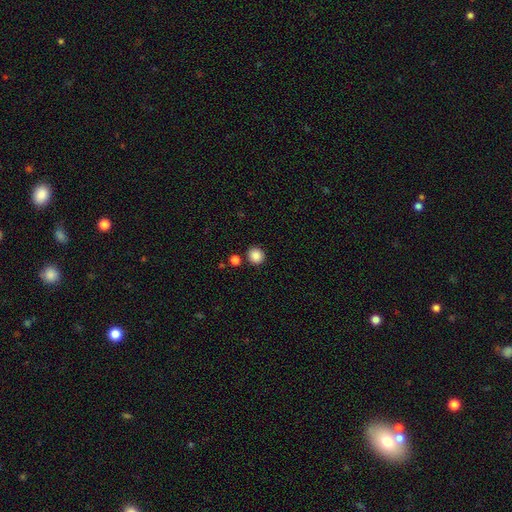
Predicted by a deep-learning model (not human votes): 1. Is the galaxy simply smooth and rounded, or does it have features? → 87% smooth, 10% star or artifact, 3% featured or disk.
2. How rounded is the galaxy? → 89% round, 10% in between, 1% cigar-shaped.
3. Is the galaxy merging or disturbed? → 85% none, 7% minor disturbance, 6% merger, 2% major disturbance.